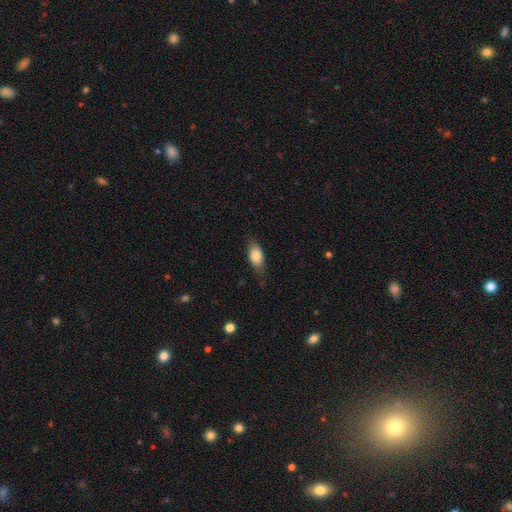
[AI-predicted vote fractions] This is likely a smooth galaxy (80%). How rounded: clearly in between (84%). Merging: likely none (74%).